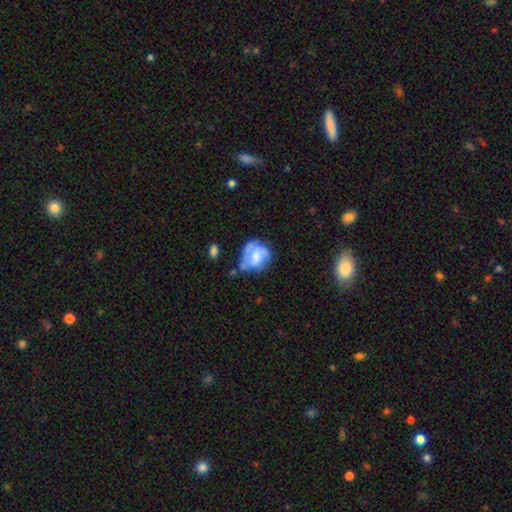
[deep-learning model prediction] Overall: featured or disk (55%; smooth 38%). Edge-on disk: no (97%). Bar: no (62%; weak 30%). Spiral arms: yes (61%; no 39%). Bulge size: moderate (35%; small 26%). Merging: none (40%; minor disturbance 29%).